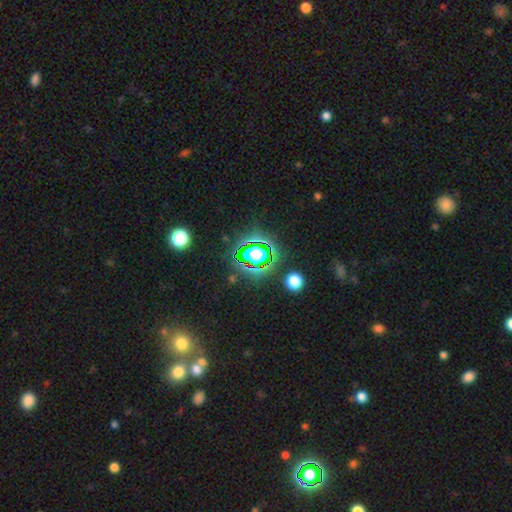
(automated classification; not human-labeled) Morphology: type=star or artifact (71%).